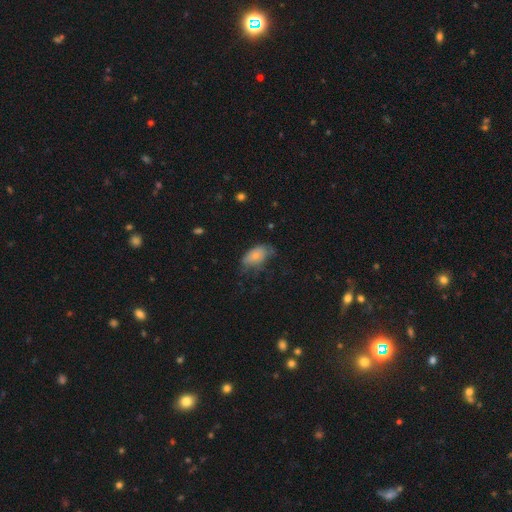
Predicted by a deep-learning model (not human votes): A smooth galaxy with no disk features (72%) that is in between round and cigar-shaped (92%). Merging: none (40%).